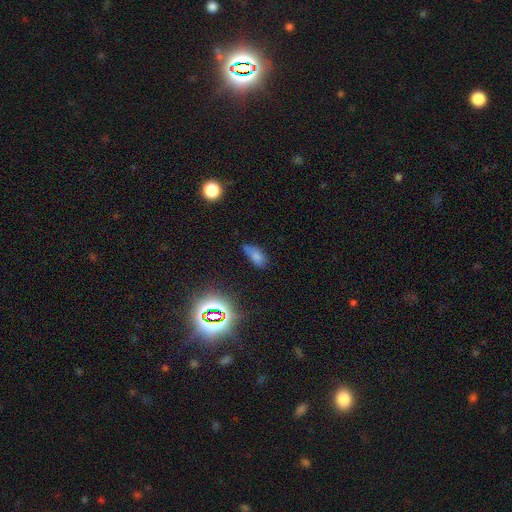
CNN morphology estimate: Smooth or featured: smooth — 68% (star or artifact — 20%)
How rounded: in between — 87% (cigar-shaped — 7%)
Merging: none — 49% (minor disturbance — 34%)